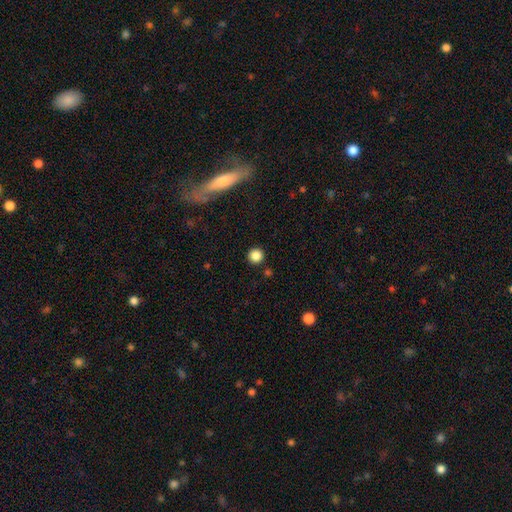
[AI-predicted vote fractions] Smooth or featured? Predicted: smooth (p=0.85). How rounded? Predicted: round (p=0.95). Merging? Predicted: none (p=0.90).